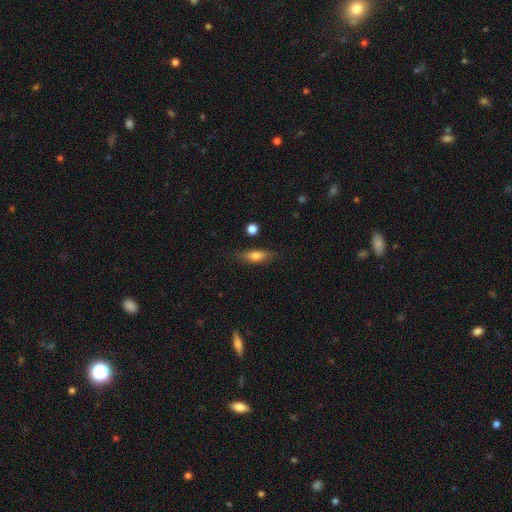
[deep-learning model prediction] Q: Smooth or featured?
A: smooth (67%); runner-up: featured or disk (25%)
Q: How rounded?
A: in between (55%); runner-up: cigar-shaped (40%)
Q: Merging?
A: none (81%); runner-up: minor disturbance (13%)